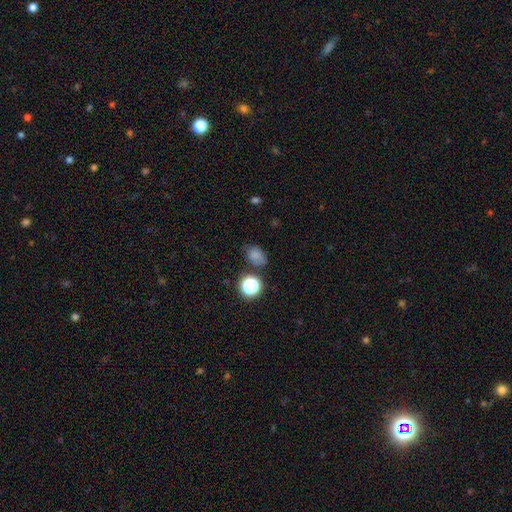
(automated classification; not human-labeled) Smooth or featured?
  - smooth: 76% *
  - star or artifact: 17%
  - featured or disk: 7%
How rounded?
  - in between: 65% *
  - round: 34%
  - cigar-shaped: 1%
Merging?
  - none: 69% *
  - minor disturbance: 20%
  - major disturbance: 6%
  - merger: 6%